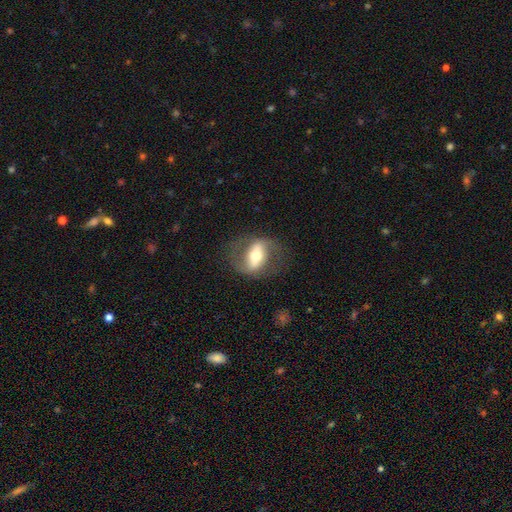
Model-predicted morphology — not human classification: A featured or disk galaxy (70%) with a strong bar (60%), spiral arms (65%) and a moderate central bulge (65%). Merging: none (73%).